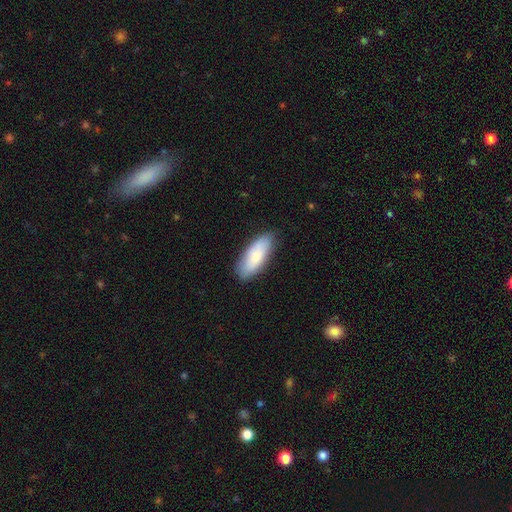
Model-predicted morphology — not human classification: A smooth galaxy with no disk features (76%) that is in between round and cigar-shaped (76%). Merging: none (83%).